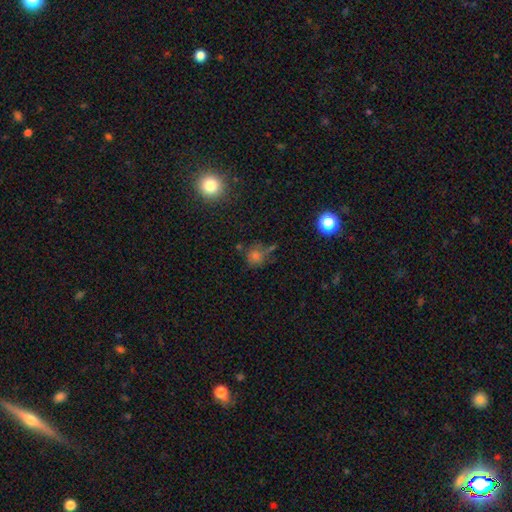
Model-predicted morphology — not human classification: Smooth or featured? smooth (65%)
How rounded? round (87%)
Merging? none (65%)